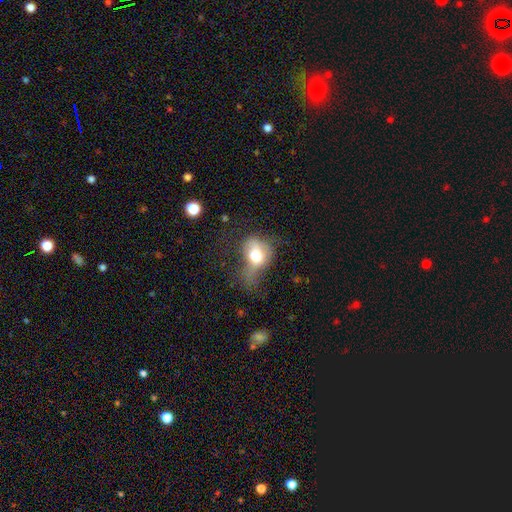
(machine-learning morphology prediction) The model was most divided on "how rounded": in between: 55%, round: 43%, cigar-shaped: 2%. Remaining: smooth or featured — smooth (65%); merging — major disturbance (45%).